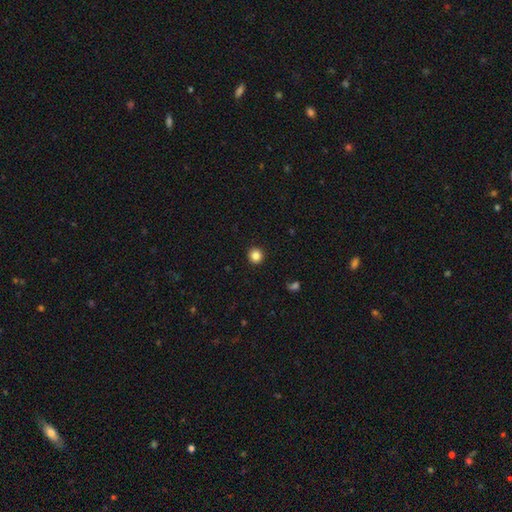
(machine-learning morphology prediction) smooth-or-featured: smooth: 85% | star or artifact: 11% | featured or disk: 4%
  how-rounded: round: 94% | in between: 5% | cigar-shaped: 1%
  merging: none: 93% | minor disturbance: 4% | major disturbance: 2% | merger: 1%